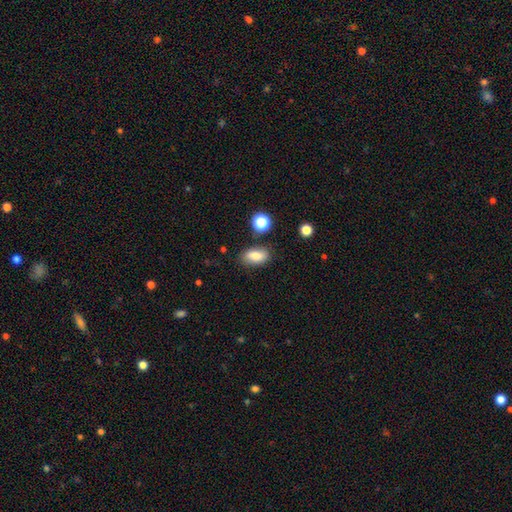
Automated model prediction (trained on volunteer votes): A smooth galaxy with no disk features (80%) that is in between round and cigar-shaped (88%).

Vote fractions:
- Smooth or featured? smooth: 80% / featured or disk: 10% / star or artifact: 9%
- How rounded? in between: 88% / round: 7% / cigar-shaped: 4%
- Merging? none: 79% / minor disturbance: 14% / merger: 4% / major disturbance: 3%